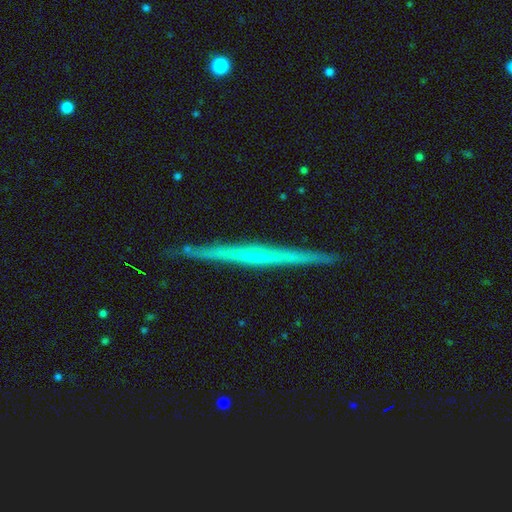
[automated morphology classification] Smooth or featured: featured or disk — 65% (smooth — 29%)
Edge-on disk: yes — 98% (no — 2%)
Edge-on bulge: none — 87% (rounded — 8%)
Merging: none — 91% (minor disturbance — 6%)